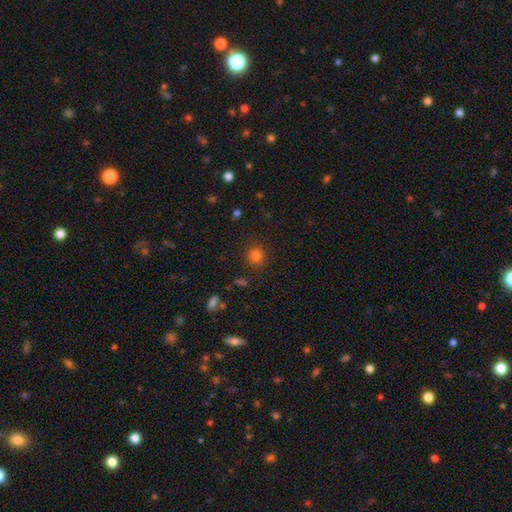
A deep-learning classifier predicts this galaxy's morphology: smooth 80%, star or artifact 14%, featured or disk 5%. Down the decision tree: how rounded — round (85%); merging — none (86%).